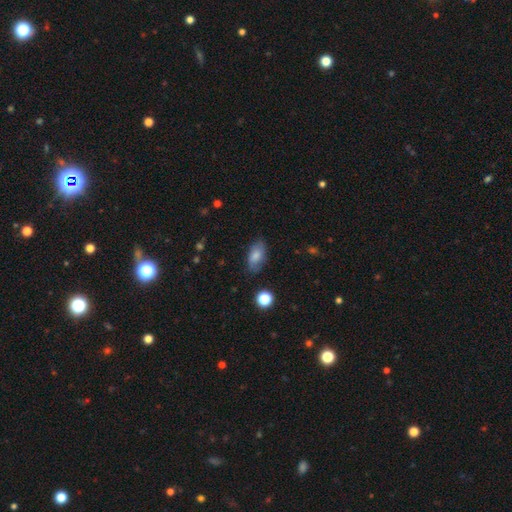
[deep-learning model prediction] Morphology: type=smooth (79%); roundness=in between (91%); merging=none (77%).